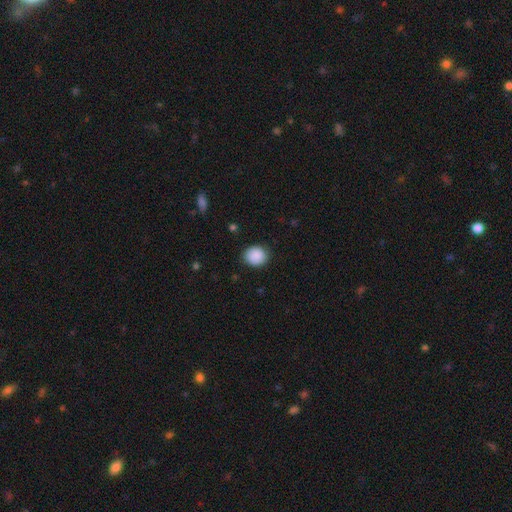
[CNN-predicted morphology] Smooth or featured? smooth (89%)
How rounded? round (73%)
Merging? none (86%)